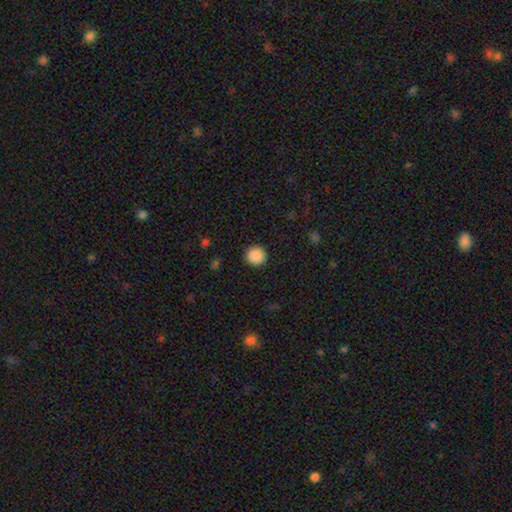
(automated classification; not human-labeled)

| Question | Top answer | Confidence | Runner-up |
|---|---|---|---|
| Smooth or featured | smooth | 89% | star or artifact (8%) |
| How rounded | round | 94% | in between (5%) |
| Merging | none | 92% | minor disturbance (5%) |